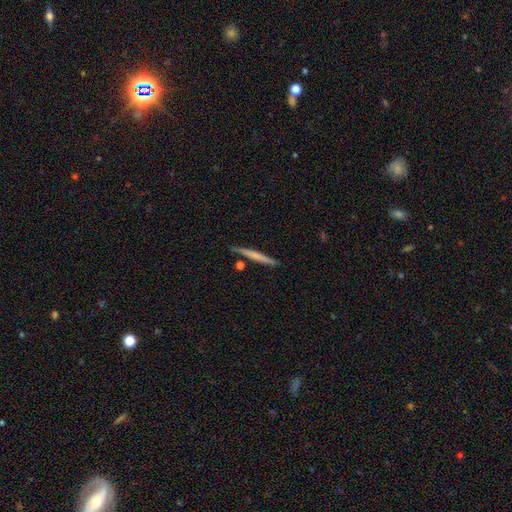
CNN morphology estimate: Smooth or featured? smooth (54%)
How rounded? cigar-shaped (96%)
Merging? none (85%)